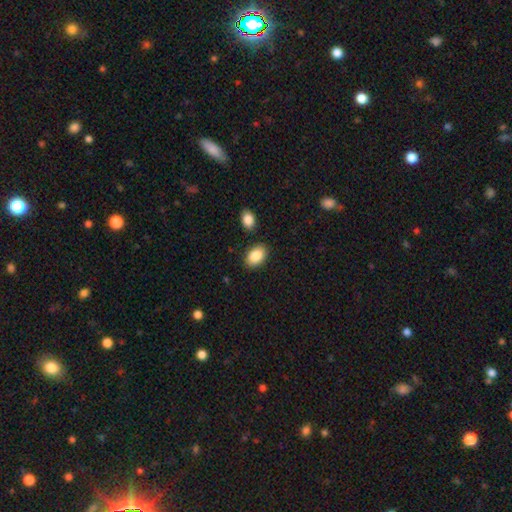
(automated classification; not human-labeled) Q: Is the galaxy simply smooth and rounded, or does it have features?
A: smooth — 88%.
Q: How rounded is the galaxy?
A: in between — 90%.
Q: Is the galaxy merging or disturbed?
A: none — 85%.